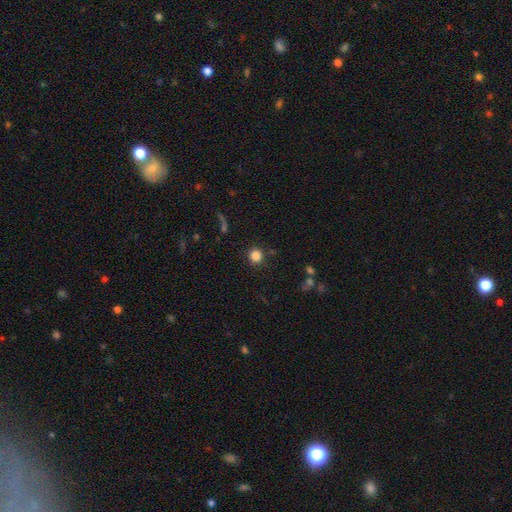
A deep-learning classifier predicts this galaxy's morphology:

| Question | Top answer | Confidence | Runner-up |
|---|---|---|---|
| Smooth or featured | smooth | 84% | star or artifact (11%) |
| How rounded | round | 92% | in between (7%) |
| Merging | none | 88% | minor disturbance (7%) |